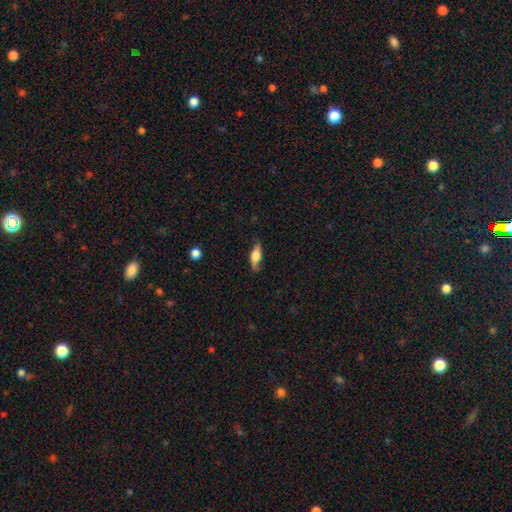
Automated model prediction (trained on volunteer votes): A smooth galaxy with no disk features (61%) that is in between round and cigar-shaped (62%). Merging: none (76%).